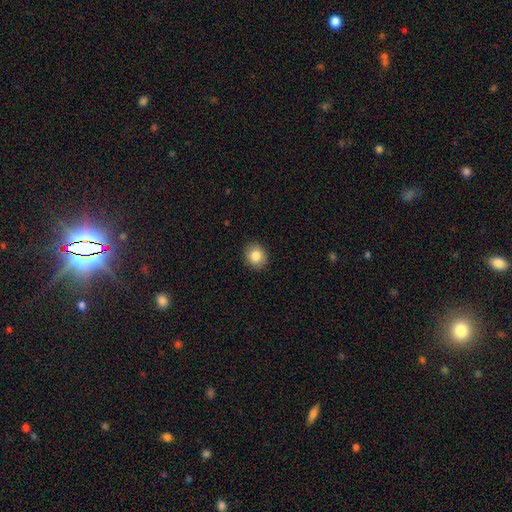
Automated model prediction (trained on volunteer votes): Smooth or featured? smooth (84%)
How rounded? round (74%)
Merging? none (91%)